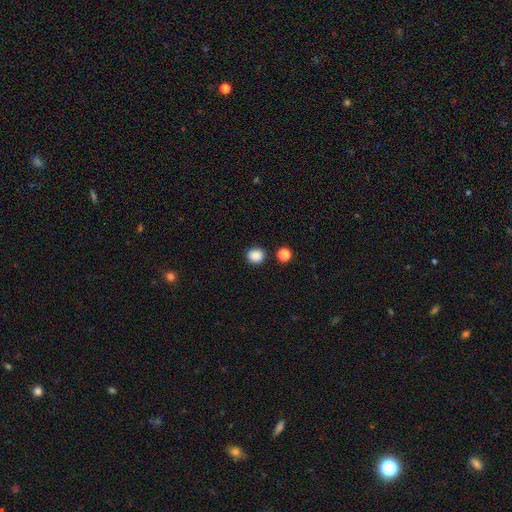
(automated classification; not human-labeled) Overall: smooth (87%). How rounded: round (78%). Merging: none (85%).